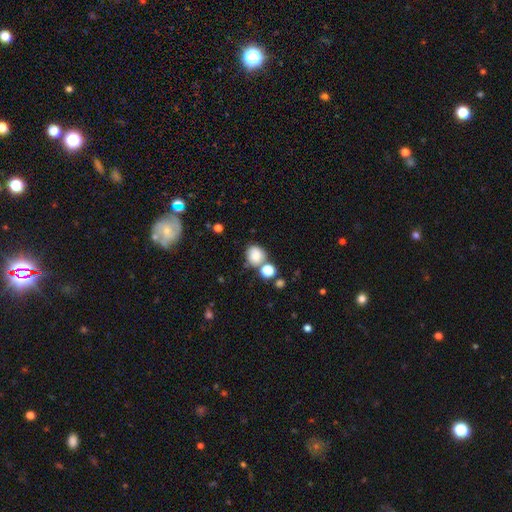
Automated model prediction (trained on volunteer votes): A smooth galaxy with no disk features (77%) that is round (74%). Merging: none (58%).